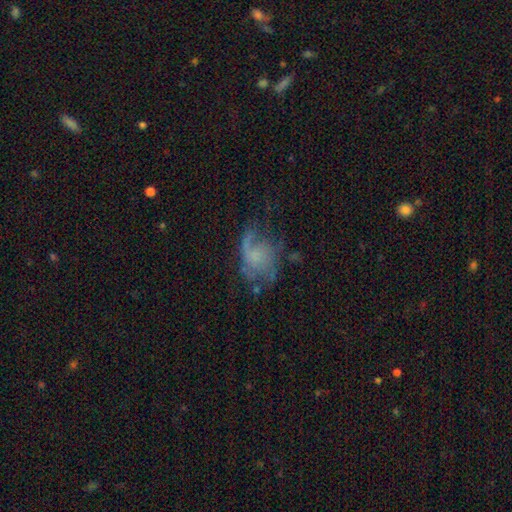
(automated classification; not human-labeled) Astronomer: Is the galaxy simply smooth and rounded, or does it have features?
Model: featured or disk — 60%.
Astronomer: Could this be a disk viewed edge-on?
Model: no — 98%.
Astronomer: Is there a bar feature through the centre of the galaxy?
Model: no — 77%.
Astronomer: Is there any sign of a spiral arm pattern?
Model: yes — 71%.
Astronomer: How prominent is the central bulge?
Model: none — 55%.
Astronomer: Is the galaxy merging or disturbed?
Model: none — 40% (runner-up: major disturbance, 34%).